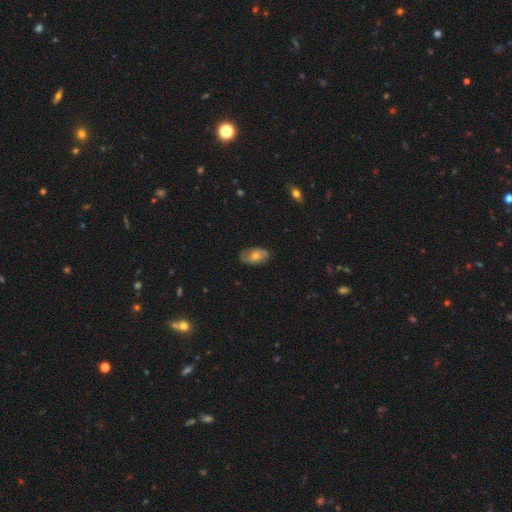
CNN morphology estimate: smooth-or-featured: smooth: 47% | featured or disk: 45% | star or artifact: 8%
  merging: none: 74% | minor disturbance: 20% | major disturbance: 4% | merger: 2%